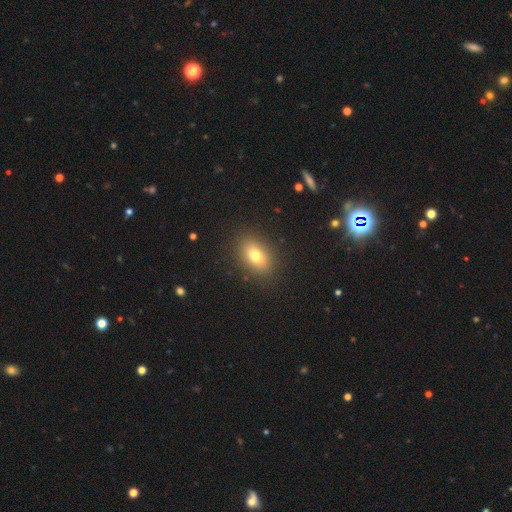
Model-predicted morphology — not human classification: Q: Smooth or featured?
A: smooth (74%); runner-up: featured or disk (14%)
Q: How rounded?
A: in between (79%); runner-up: round (18%)
Q: Merging?
A: none (87%); runner-up: minor disturbance (8%)